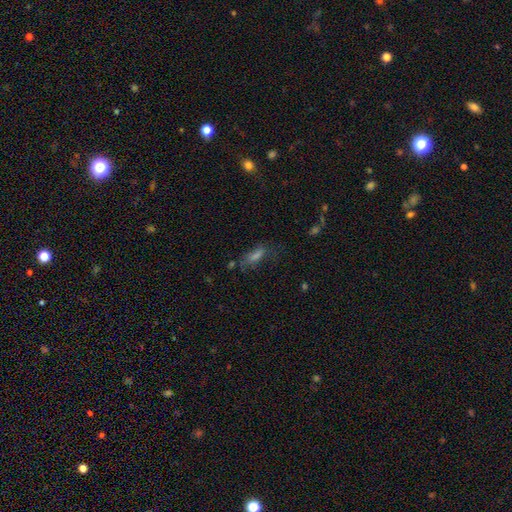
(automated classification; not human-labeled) Morphology: type=smooth (48%); merging=none (56%).